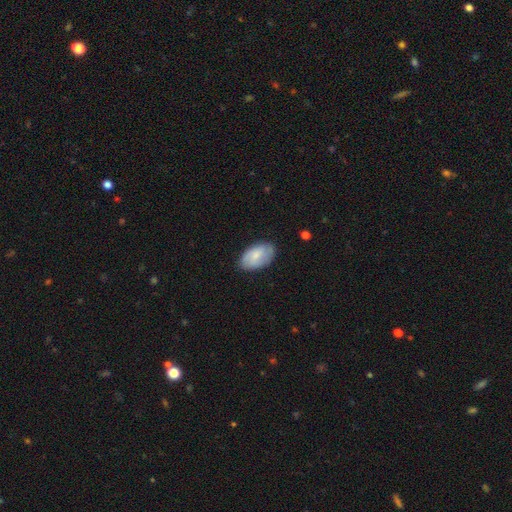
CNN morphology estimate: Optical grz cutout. It shows a smooth galaxy with no disk features (68%) that is in between round and cigar-shaped (93%). Merging: none (77%).